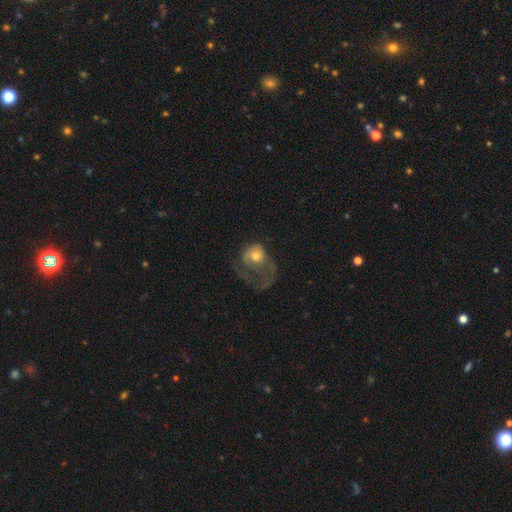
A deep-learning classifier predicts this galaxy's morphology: Smooth or featured? Predicted: smooth (p=0.50). Merging? Predicted: major disturbance (p=0.70).